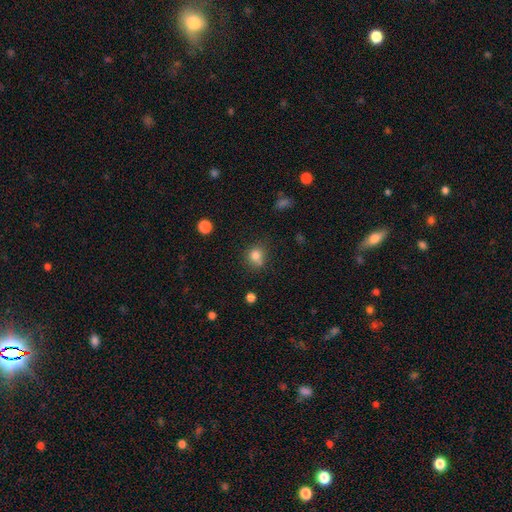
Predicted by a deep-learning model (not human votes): Smooth or featured? Predicted: smooth (p=0.79). How rounded? Predicted: round (p=0.79). Merging? Predicted: none (p=0.65).